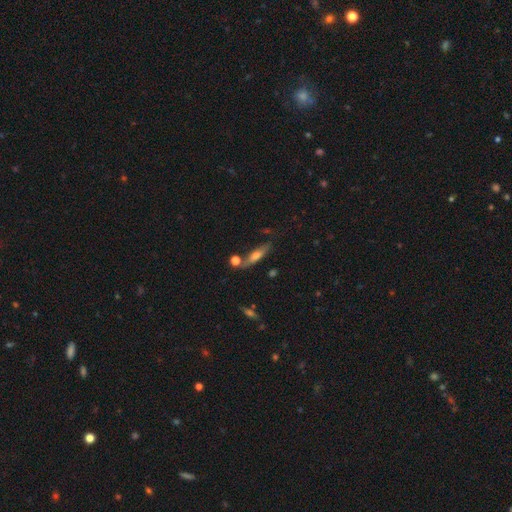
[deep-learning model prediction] Overall: smooth (50%; featured or disk 42%). Merging: none (68%).